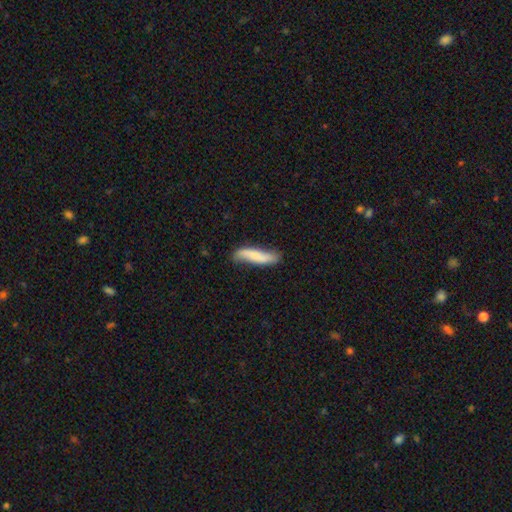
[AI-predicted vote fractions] Q: Smooth or featured?
A: smooth (66%); runner-up: featured or disk (29%)
Q: How rounded?
A: cigar-shaped (79%); runner-up: in between (19%)
Q: Merging?
A: none (69%); runner-up: minor disturbance (24%)